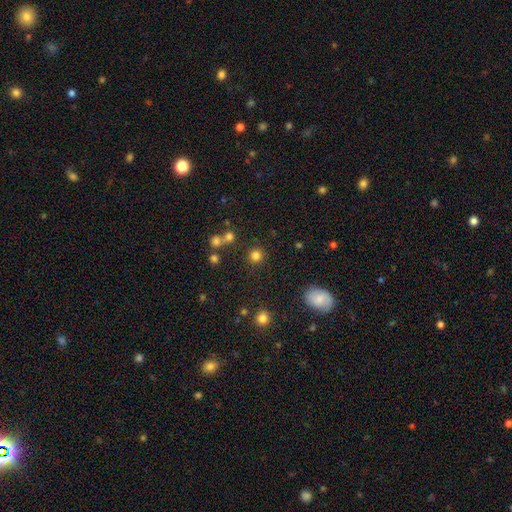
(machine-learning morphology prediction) A smooth galaxy with no disk features (79%) that is round (92%).

Vote fractions:
- Smooth or featured? smooth: 79% / star or artifact: 15% / featured or disk: 6%
- How rounded? round: 92% / in between: 7% / cigar-shaped: 1%
- Merging? none: 84% / minor disturbance: 7% / merger: 6% / major disturbance: 3%